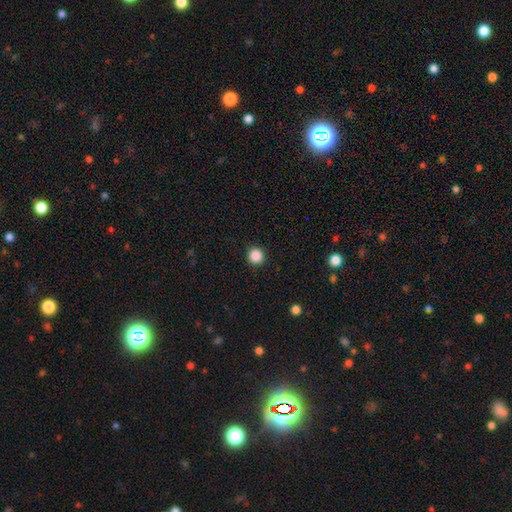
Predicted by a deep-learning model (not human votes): Morphology: type=smooth (86%); roundness=round (95%); merging=none (92%).